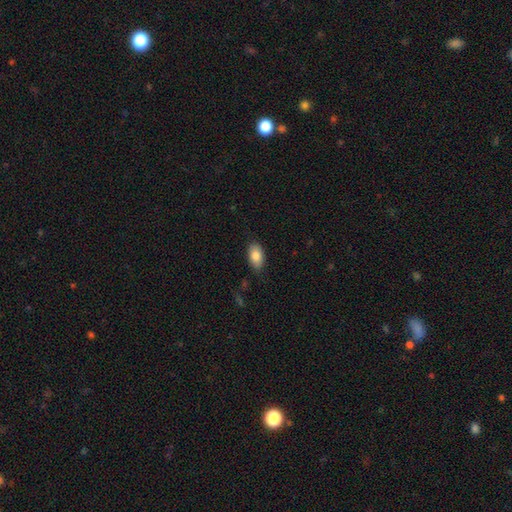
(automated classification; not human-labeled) A smooth galaxy with no disk features (84%) that is in between round and cigar-shaped (92%). Merging: none (81%).